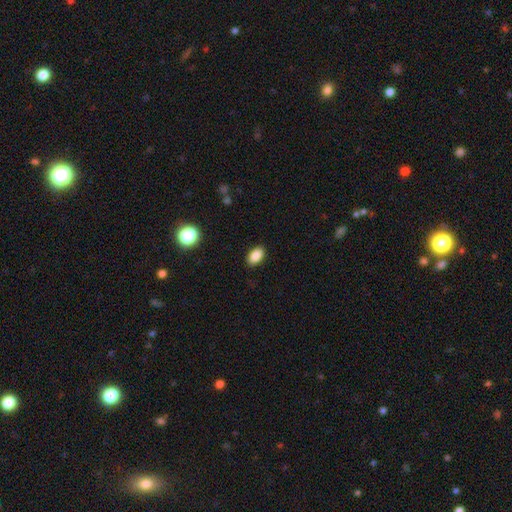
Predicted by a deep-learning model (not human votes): A smooth galaxy with no disk features (88%) that is in between round and cigar-shaped (91%).

Vote fractions:
- Smooth or featured? smooth: 88% / star or artifact: 9% / featured or disk: 4%
- How rounded? in between: 91% / round: 7% / cigar-shaped: 2%
- Merging? none: 89% / minor disturbance: 8% / major disturbance: 2% / merger: 1%